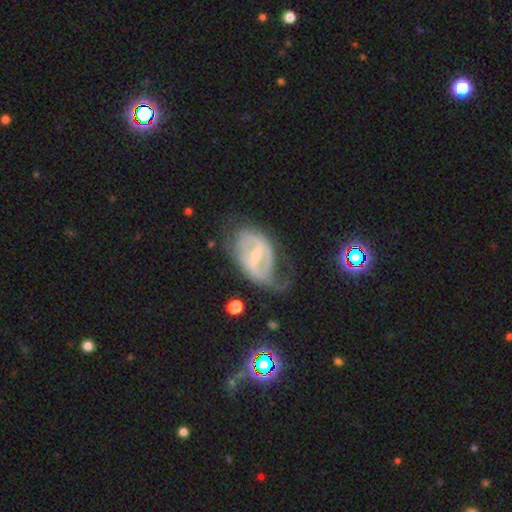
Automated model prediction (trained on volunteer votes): Overall: featured or disk (77%). Edge-on disk: no (95%). Bar: strong (50%; weak 39%). Spiral arms: yes (74%). Spiral arm count: 2 (60%; can't tell 21%). Spiral winding: medium (41%; loose 31%). Bulge size: small (51%; moderate 36%). Merging: none (39%; major disturbance 31%).